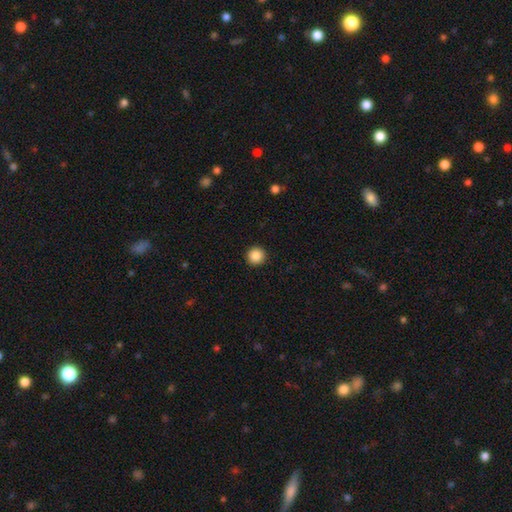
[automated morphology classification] Smooth or featured? smooth (88%)
How rounded? round (96%)
Merging? none (93%)